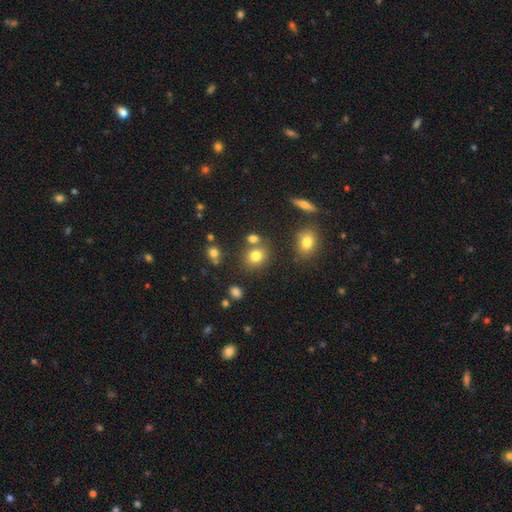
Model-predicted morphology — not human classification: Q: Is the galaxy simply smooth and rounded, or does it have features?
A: smooth — 77%.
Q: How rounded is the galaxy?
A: round — 68%.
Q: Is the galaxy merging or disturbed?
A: none — 68%.